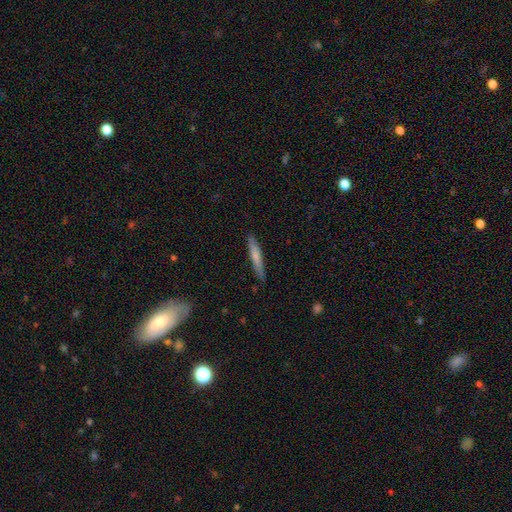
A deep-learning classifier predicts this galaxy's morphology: Smooth or featured: smooth — 67% (featured or disk — 27%)
How rounded: cigar-shaped — 94% (in between — 5%)
Merging: none — 86% (minor disturbance — 11%)